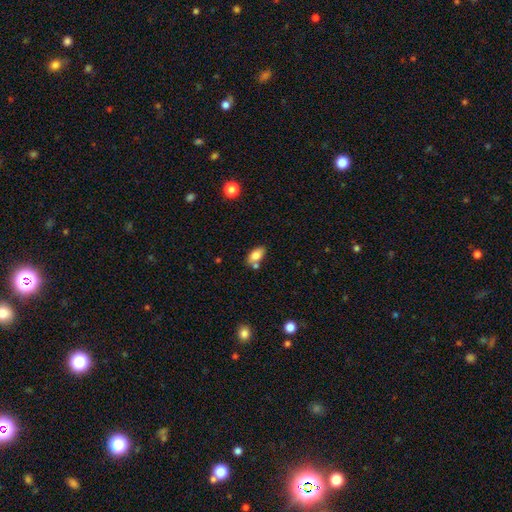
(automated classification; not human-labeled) Smooth or featured: smooth — 79% (featured or disk — 13%)
How rounded: in between — 90% (round — 6%)
Merging: none — 61% (merger — 20%)